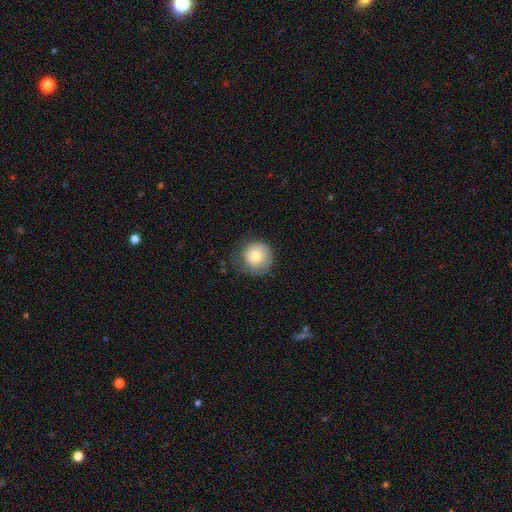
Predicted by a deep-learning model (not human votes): A smooth galaxy with no disk features (77%) that is round (93%).

Vote fractions:
- Smooth or featured? smooth: 77% / featured or disk: 14% / star or artifact: 9%
- How rounded? round: 93% / in between: 6% / cigar-shaped: 1%
- Merging? none: 67% / minor disturbance: 24% / major disturbance: 8% / merger: 1%